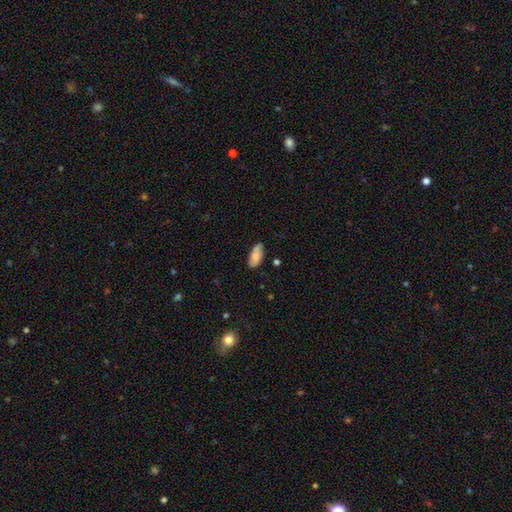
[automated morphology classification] Smooth or featured?
  - smooth: 78% *
  - featured or disk: 15%
  - star or artifact: 7%
How rounded?
  - in between: 87% *
  - cigar-shaped: 11%
  - round: 2%
Merging?
  - none: 80% *
  - minor disturbance: 16%
  - major disturbance: 3%
  - merger: 2%